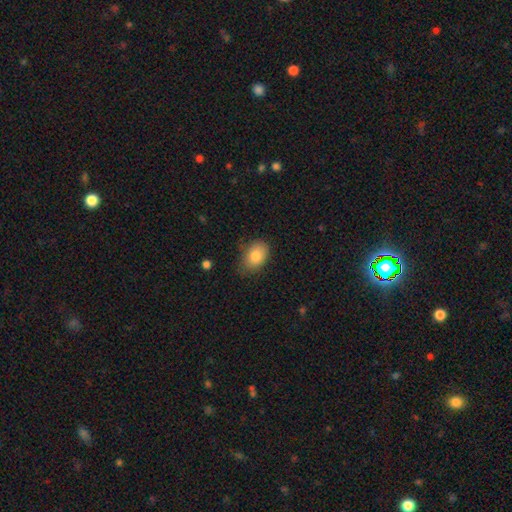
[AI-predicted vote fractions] The model was most divided on "merging": none: 62%, minor disturbance: 30%, major disturbance: 6%, merger: 2%. More confident: smooth or featured — smooth (83%); how rounded — in between (80%).